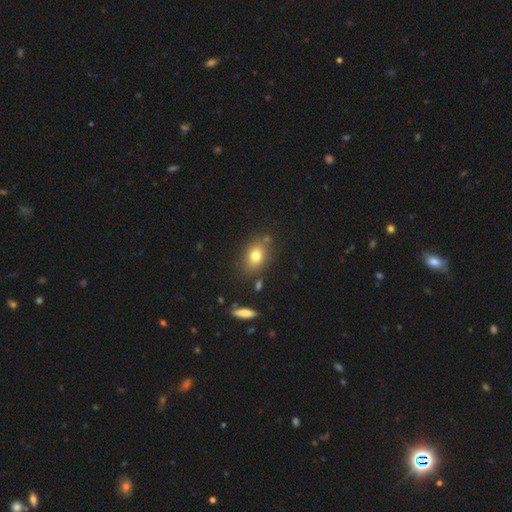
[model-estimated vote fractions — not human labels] This is likely a smooth galaxy (76%). How rounded: likely in between (68%). Merging: likely none (78%).